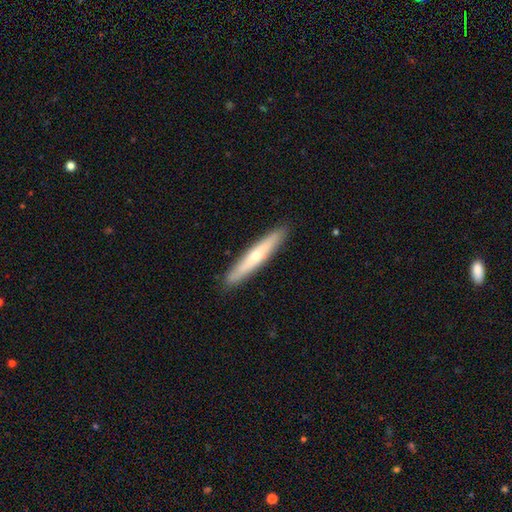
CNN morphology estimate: smooth 49%, featured or disk 45%, star or artifact 5%. Down the decision tree: merging — none (91%).